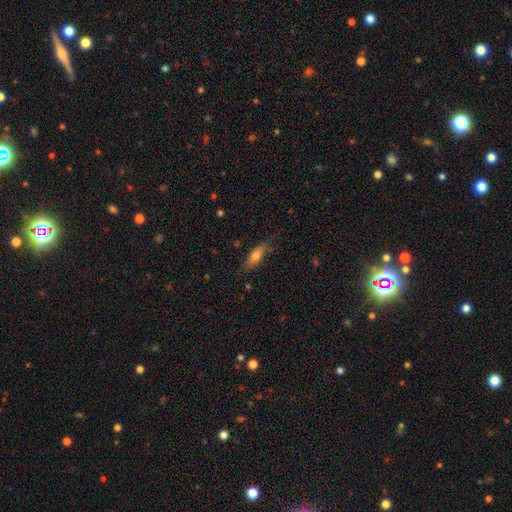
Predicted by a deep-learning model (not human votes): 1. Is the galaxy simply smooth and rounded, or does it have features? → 60% smooth, 33% featured or disk, 7% star or artifact.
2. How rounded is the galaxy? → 55% cigar-shaped, 42% in between, 3% round.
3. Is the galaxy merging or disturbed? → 71% none, 21% minor disturbance, 6% major disturbance, 2% merger.